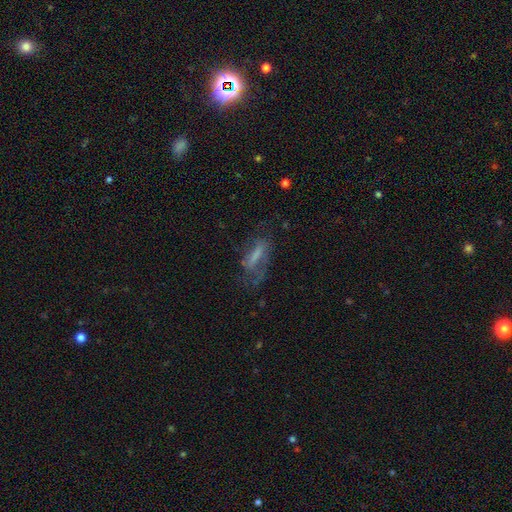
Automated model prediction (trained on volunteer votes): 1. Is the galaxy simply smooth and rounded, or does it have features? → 46% featured or disk, 42% smooth, 12% star or artifact.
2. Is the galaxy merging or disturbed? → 43% none, 30% major disturbance, 24% minor disturbance, 3% merger.